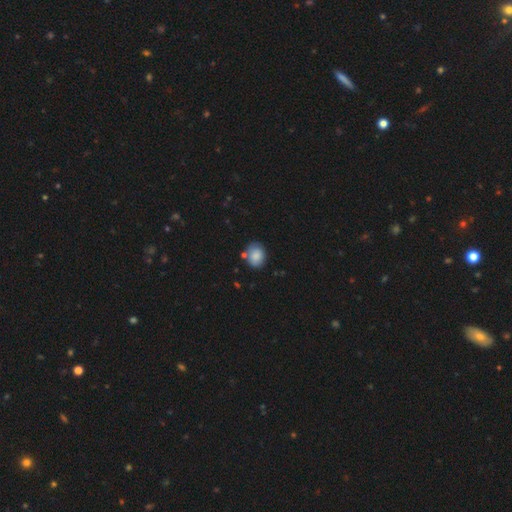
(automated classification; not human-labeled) smooth_or_featured: smooth (p=0.86) [alt: star or artifact p=0.08]
how_rounded: in between (p=0.52) [alt: round p=0.47]
merging: none (p=0.72) [alt: minor disturbance p=0.16]